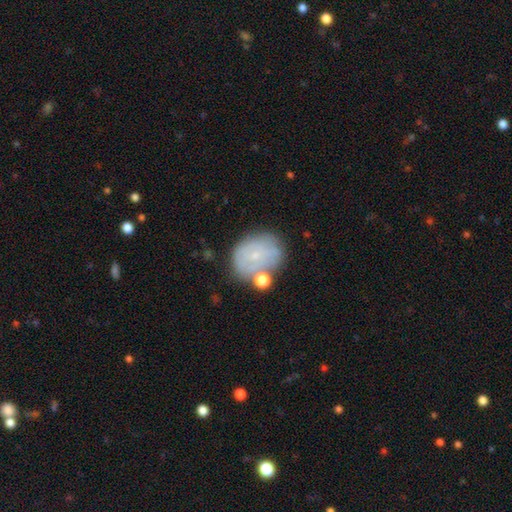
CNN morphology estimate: A smooth galaxy with no disk features (50%) that is round (51%).

Vote fractions:
- Smooth or featured? smooth: 50% / featured or disk: 38% / star or artifact: 12%
- How rounded? round: 51% / in between: 48% / cigar-shaped: 1%
- Merging? none: 55% / minor disturbance: 22% / merger: 14% / major disturbance: 10%